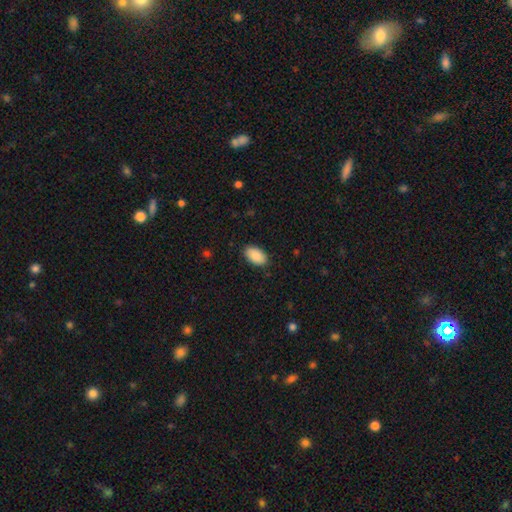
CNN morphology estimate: smooth 90%, star or artifact 6%, featured or disk 4%. Down the decision tree: how rounded — in between (95%); merging — none (87%).